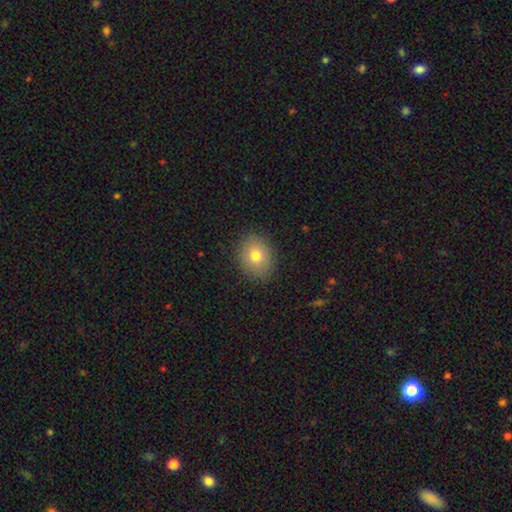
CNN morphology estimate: The model was most divided on "how rounded": round: 54%, in between: 45%, cigar-shaped: 1%. More confident: merging — none (87%); smooth or featured — smooth (76%).